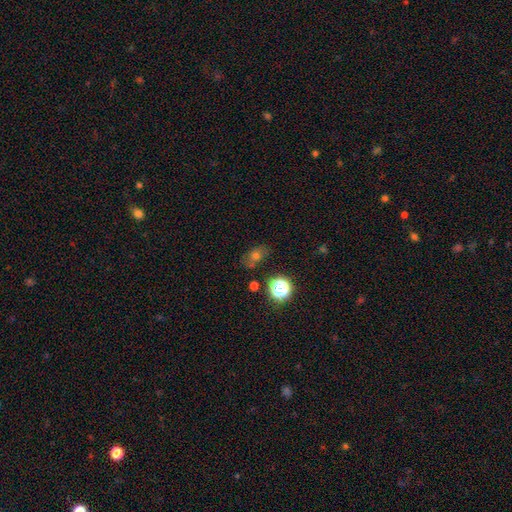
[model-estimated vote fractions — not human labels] Smooth or featured? smooth (49%)
Merging? none (75%)